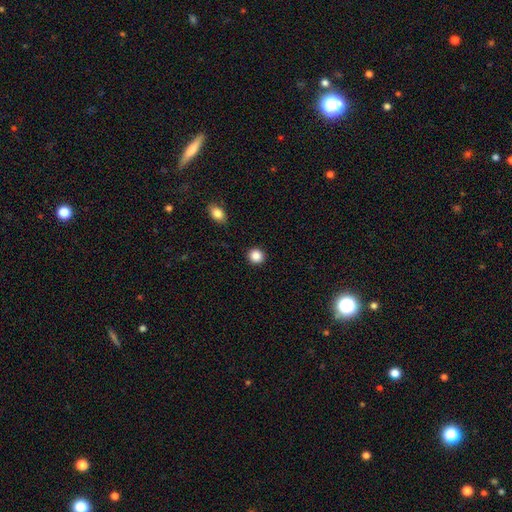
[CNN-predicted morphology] Smooth or featured? Predicted: smooth (p=0.88). How rounded? Predicted: round (p=0.91). Merging? Predicted: none (p=0.92).